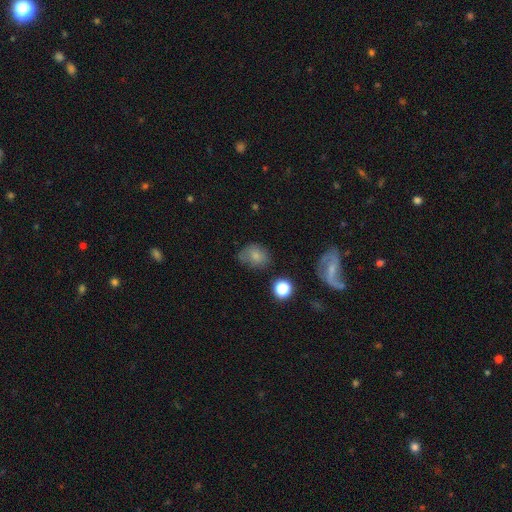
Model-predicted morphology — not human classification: smooth-or-featured: smooth: 74% | featured or disk: 14% | star or artifact: 12%
  how-rounded: in between: 51% | round: 47% | cigar-shaped: 1%
  merging: none: 59% | minor disturbance: 27% | major disturbance: 10% | merger: 3%